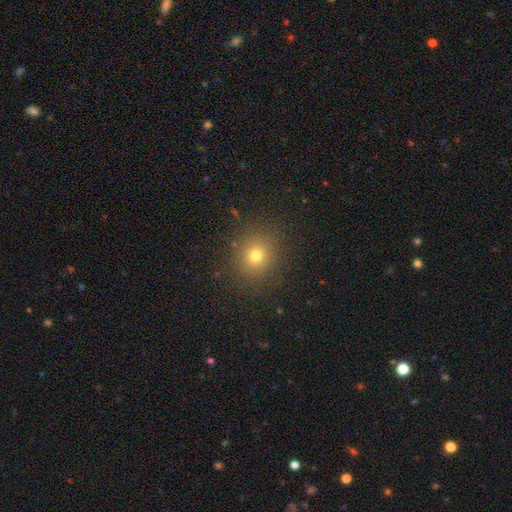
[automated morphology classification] Smooth or featured? Predicted: smooth (p=0.72). How rounded? Predicted: round (p=0.84). Merging? Predicted: none (p=0.87).